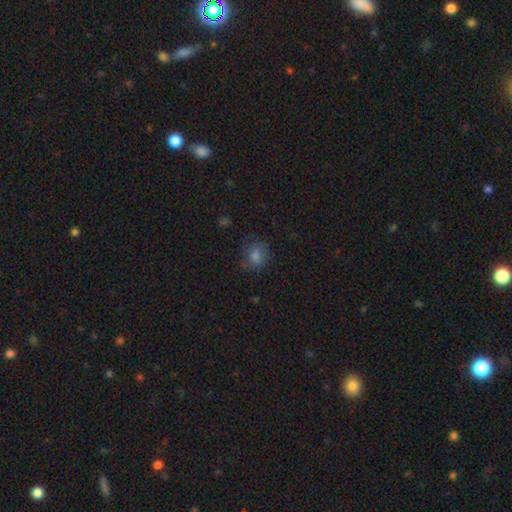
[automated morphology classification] Smooth or featured: smooth — 69% (star or artifact — 19%)
How rounded: round — 73% (in between — 26%)
Merging: none — 71% (minor disturbance — 20%)